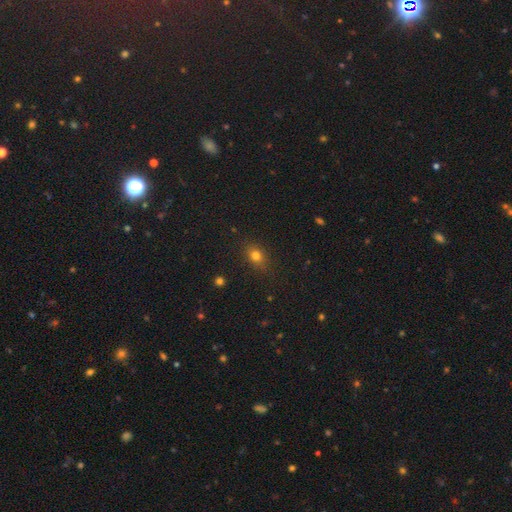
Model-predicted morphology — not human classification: Smooth or featured? Predicted: smooth (p=0.77). How rounded? Predicted: in between (p=0.59). Merging? Predicted: none (p=0.83).